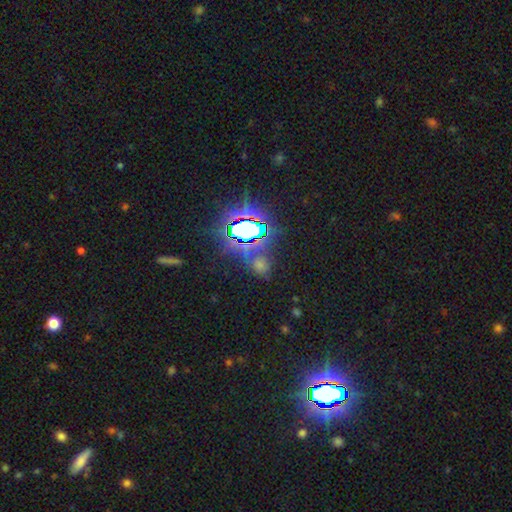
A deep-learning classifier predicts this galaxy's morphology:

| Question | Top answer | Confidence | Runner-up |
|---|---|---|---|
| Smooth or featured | star or artifact | 81% | smooth (12%) |